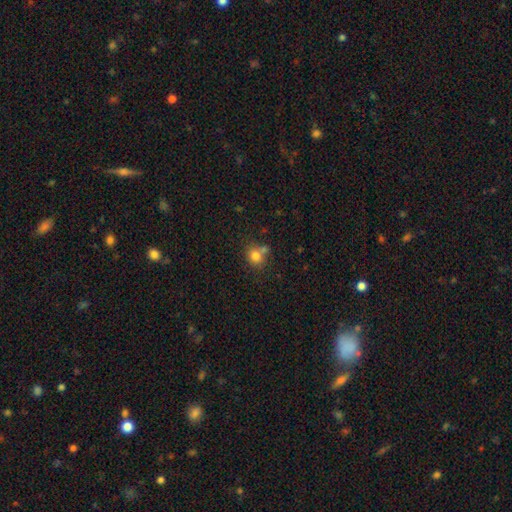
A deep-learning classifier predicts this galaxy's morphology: smooth 80%, star or artifact 12%, featured or disk 8%. Down the decision tree: how rounded — round (75%); merging — none (55%).